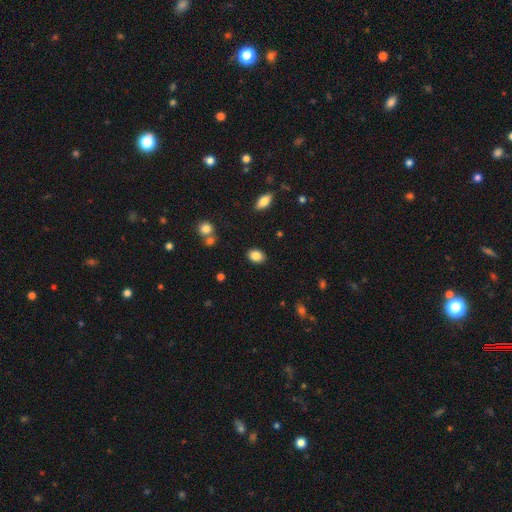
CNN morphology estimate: A smooth galaxy with no disk features (86%) that is in between round and cigar-shaped (77%). Merging: none (87%).